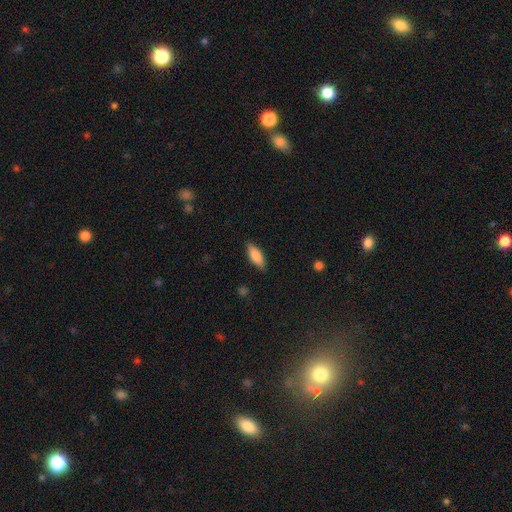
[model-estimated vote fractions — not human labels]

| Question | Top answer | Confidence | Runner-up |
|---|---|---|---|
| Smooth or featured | smooth | 77% | featured or disk (17%) |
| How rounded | in between | 67% | cigar-shaped (31%) |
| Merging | none | 86% | minor disturbance (11%) |